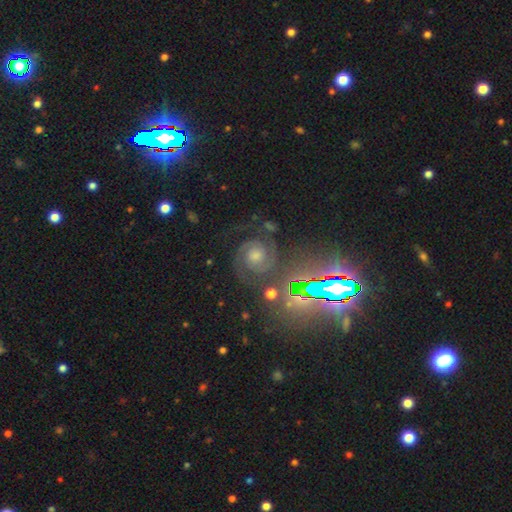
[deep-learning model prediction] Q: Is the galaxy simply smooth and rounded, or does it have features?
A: featured or disk — 71%.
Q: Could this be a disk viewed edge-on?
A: no — 97%.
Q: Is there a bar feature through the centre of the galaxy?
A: no — 64%.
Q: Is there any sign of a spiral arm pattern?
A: yes — 97%.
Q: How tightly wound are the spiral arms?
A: tight — 55%.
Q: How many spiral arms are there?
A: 2 — 73%.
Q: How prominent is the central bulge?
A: moderate — 52%.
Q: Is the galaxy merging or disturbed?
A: none — 72%.